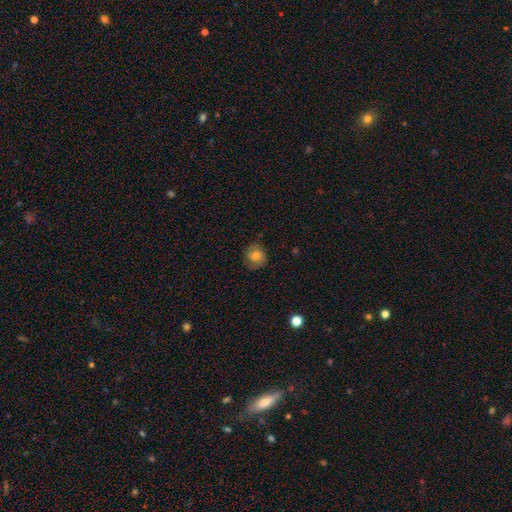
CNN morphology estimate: The model was most divided on "smooth or featured": smooth: 64%, featured or disk: 27%, star or artifact: 10%. More confident: how rounded — round (86%); merging — none (79%).